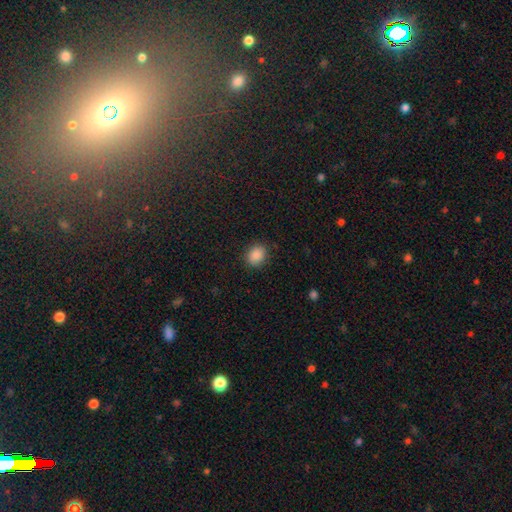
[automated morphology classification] Smooth or featured? smooth (88%)
How rounded? round (54%)
Merging? none (87%)